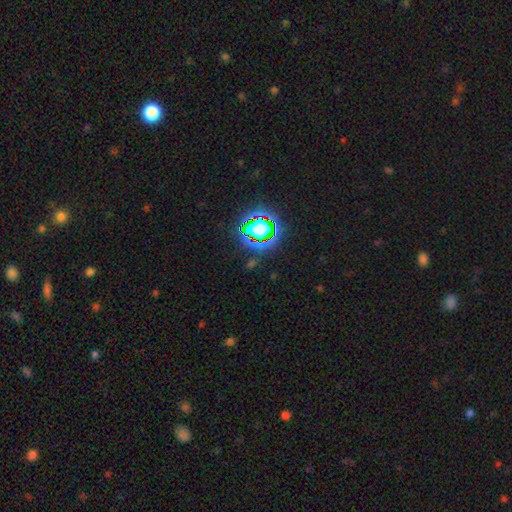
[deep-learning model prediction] smooth_or_featured: star or artifact (p=0.77) [alt: smooth p=0.15]